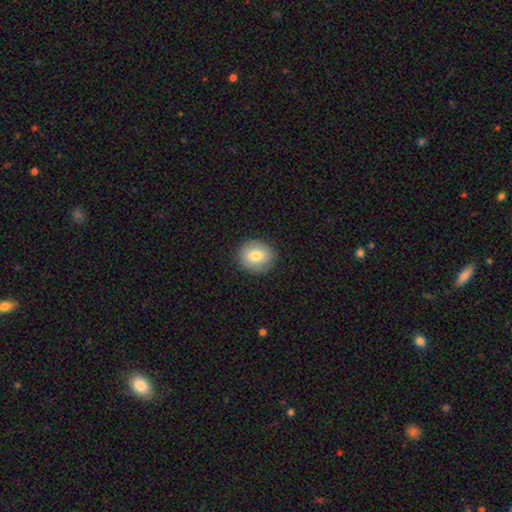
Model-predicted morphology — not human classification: The model was most divided on "smooth or featured": smooth: 78%, featured or disk: 14%, star or artifact: 8%. More confident: merging — none (88%); how rounded — round (83%).